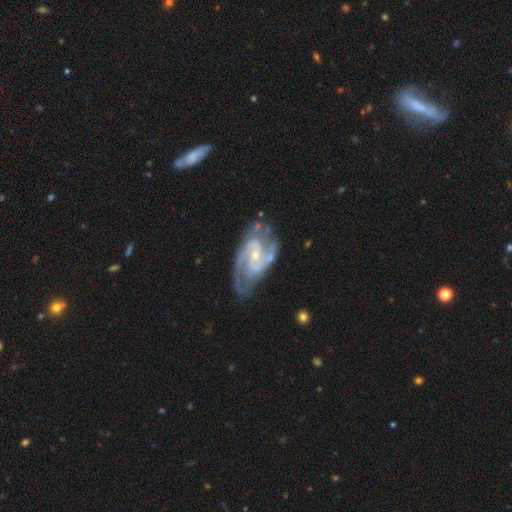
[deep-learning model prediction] Morphology: type=featured or disk (91%); edge-on=no (97%); bar=weak (46%); spiral arms=yes (98%); winding=medium (56%); arm count=2 (78%); bulge=small (68%); merging=none (66%).